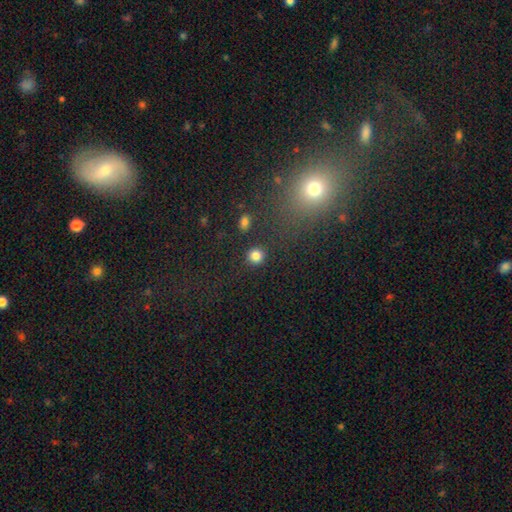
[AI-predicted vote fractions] smooth 84%, star or artifact 12%, featured or disk 4%. Down the decision tree: how rounded — round (91%); merging — none (88%).